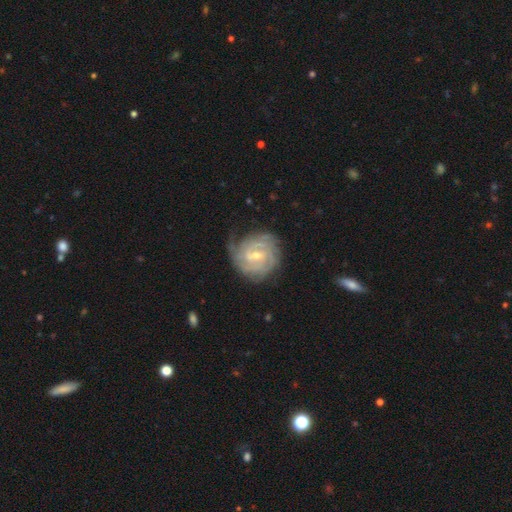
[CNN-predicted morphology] smooth-or-featured: featured or disk: 85% | smooth: 10% | star or artifact: 5%
  disk-edge-on: no: 97% | yes: 3%
    bar: weak: 58% | no: 23% | strong: 19%
    has-spiral-arms: yes: 95% | no: 5%
      spiral-winding: tight: 73% | medium: 22% | loose: 5%
      spiral-arm-count: can't tell: 36% | 2: 25% | 3: 18% | 4: 11% | 1: 5% | more than 4: 5%
    bulge-size: small: 53% | moderate: 44% | large: 1% | none: 1% | dominant: 1%
  merging: none: 66% | minor disturbance: 22% | major disturbance: 10% | merger: 2%